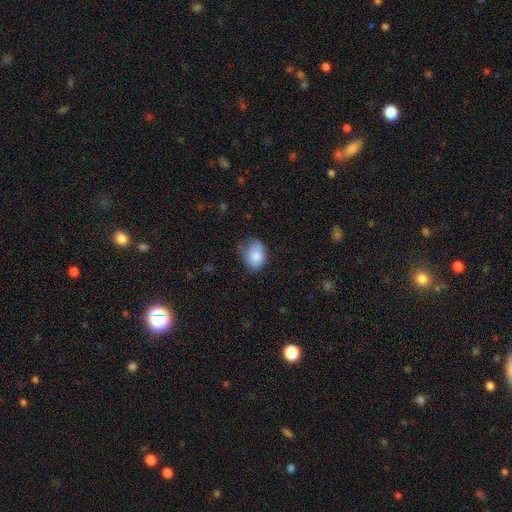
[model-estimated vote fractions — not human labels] Smooth or featured? Predicted: smooth (p=0.83). How rounded? Predicted: in between (p=0.71). Merging? Predicted: none (p=0.49).